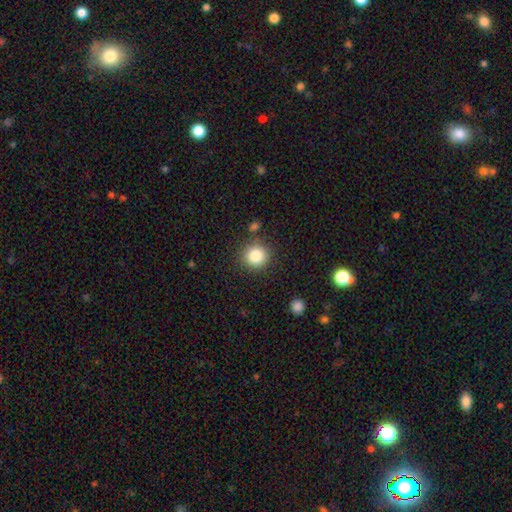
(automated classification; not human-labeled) Overall: smooth (85%). How rounded: round (92%). Merging: none (85%).